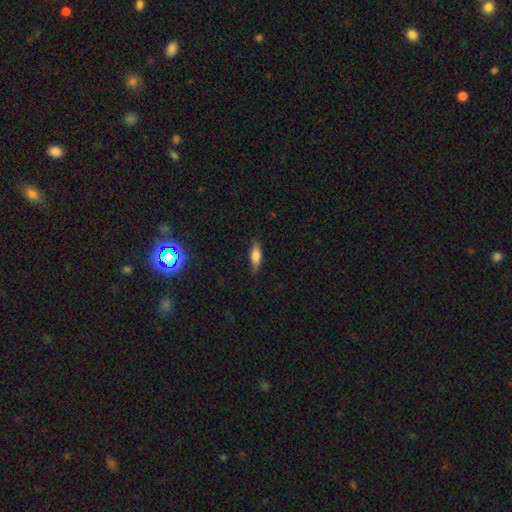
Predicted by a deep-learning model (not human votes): Q: Smooth or featured?
A: smooth (70%); runner-up: featured or disk (22%)
Q: How rounded?
A: in between (60%); runner-up: cigar-shaped (38%)
Q: Merging?
A: none (77%); runner-up: minor disturbance (18%)